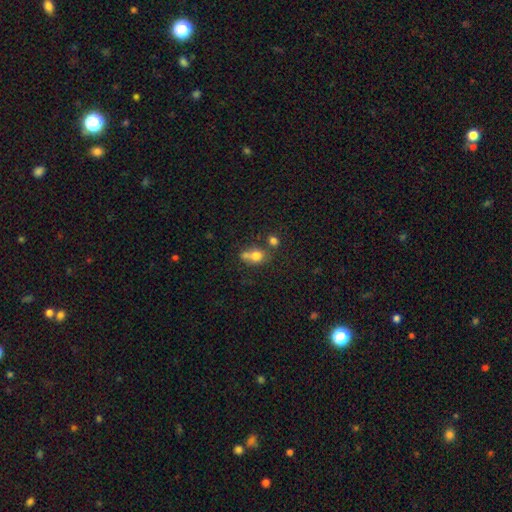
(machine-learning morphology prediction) Smooth or featured?
  - smooth: 73% *
  - featured or disk: 14%
  - star or artifact: 12%
How rounded?
  - round: 53% *
  - in between: 45%
  - cigar-shaped: 2%
Merging?
  - merger: 47% *
  - none: 33%
  - minor disturbance: 13%
  - major disturbance: 7%